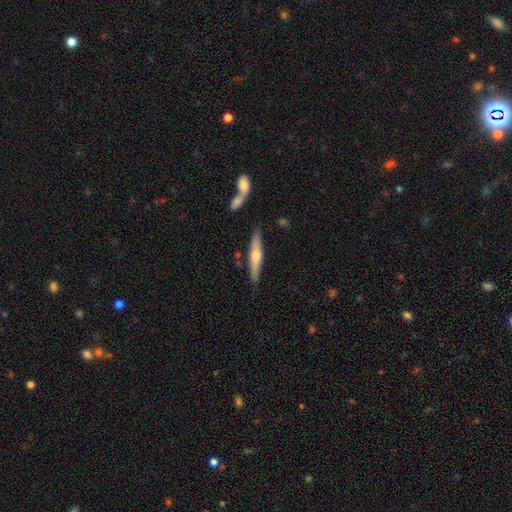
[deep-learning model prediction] This is possibly a featured or disk galaxy (51%). It is clearly viewed edge-on (93%). Merging: clearly none (83%).